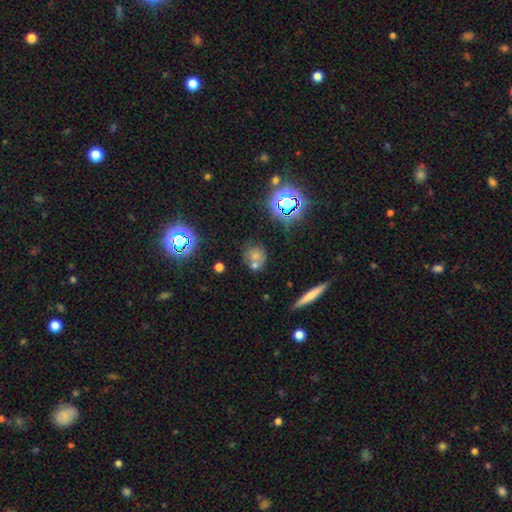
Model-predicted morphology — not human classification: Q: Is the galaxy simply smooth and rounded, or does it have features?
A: smooth — 58%.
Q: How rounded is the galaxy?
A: round — 78%.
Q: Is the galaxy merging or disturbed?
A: none — 48%.